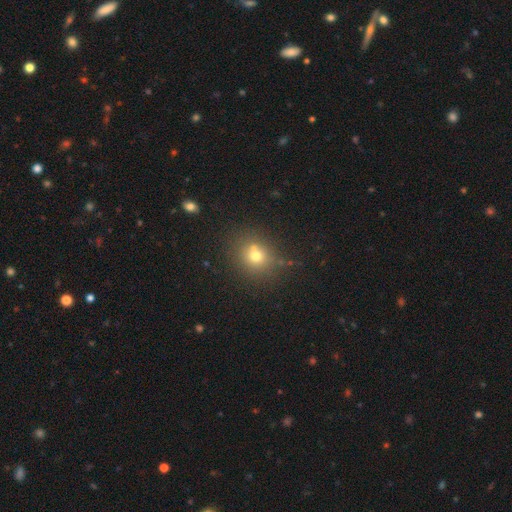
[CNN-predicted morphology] This appears to be a smooth galaxy with no disk features (68%) that is round (77%). Merging: none (65%).